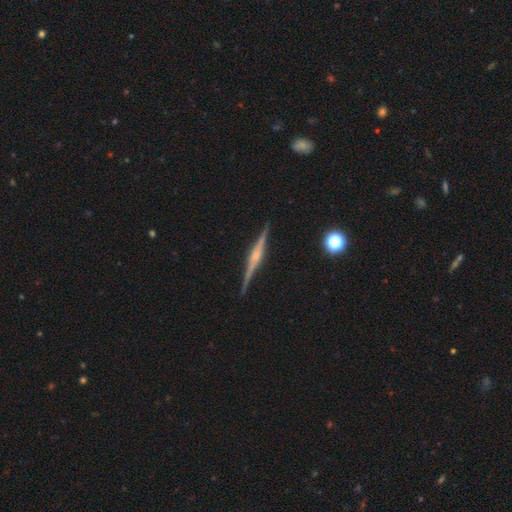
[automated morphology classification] Smooth or featured? featured or disk (85%)
Edge-on disk? yes (98%)
Edge-on bulge? rounded (72%)
Merging? none (90%)